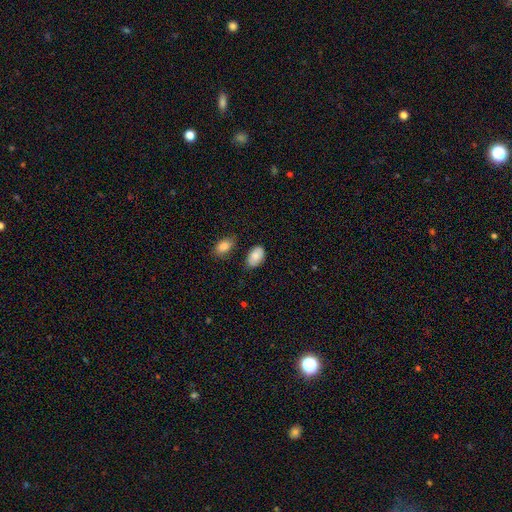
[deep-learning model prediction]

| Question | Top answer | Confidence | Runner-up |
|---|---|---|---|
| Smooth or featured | smooth | 83% | featured or disk (10%) |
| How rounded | in between | 92% | round (7%) |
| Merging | none | 72% | minor disturbance (19%) |